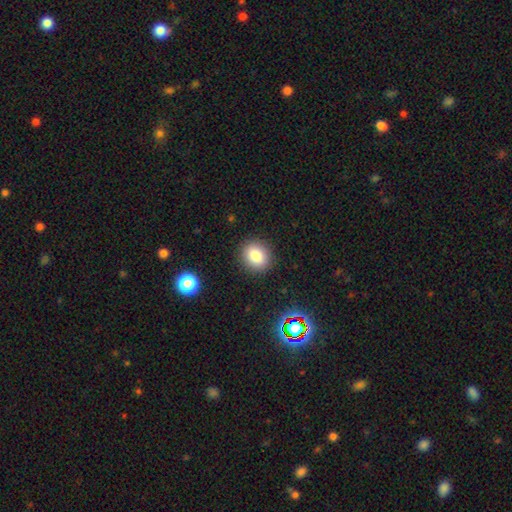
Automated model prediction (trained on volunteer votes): Morphology: type=smooth (83%); roundness=round (64%); merging=none (89%).